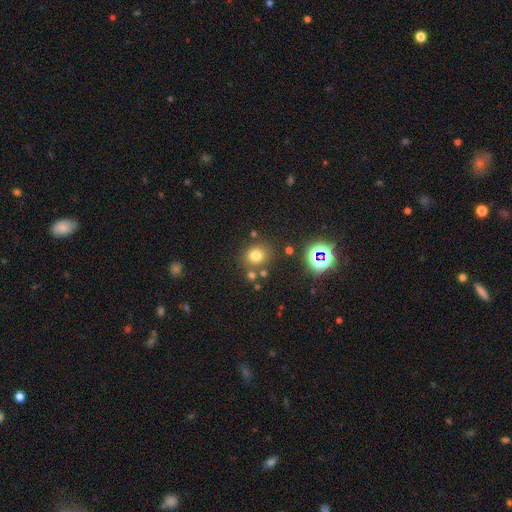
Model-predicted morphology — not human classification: Smooth or featured?
  - smooth: 73% *
  - star or artifact: 19%
  - featured or disk: 8%
How rounded?
  - round: 77% *
  - in between: 22%
  - cigar-shaped: 1%
Merging?
  - none: 77% *
  - minor disturbance: 11%
  - merger: 9%
  - major disturbance: 4%